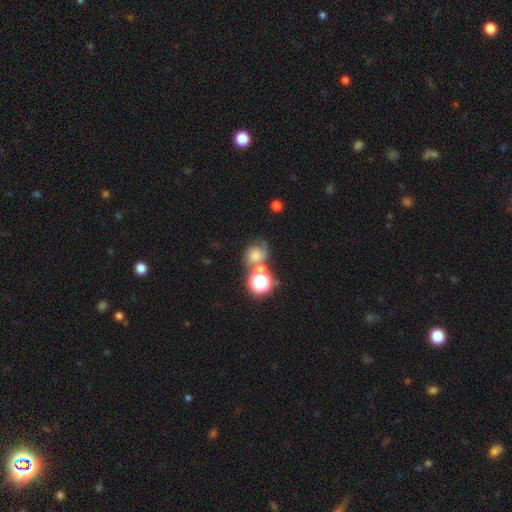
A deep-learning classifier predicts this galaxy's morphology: Smooth or featured: smooth — 46% (featured or disk — 33%)
Merging: none — 40% (merger — 29%)